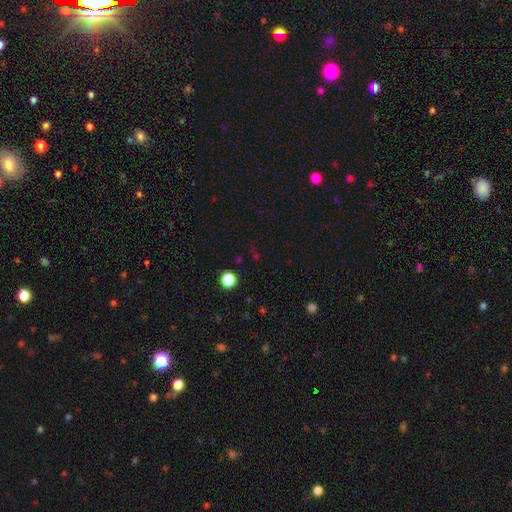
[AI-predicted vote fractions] Morphology: type=star or artifact (51%).